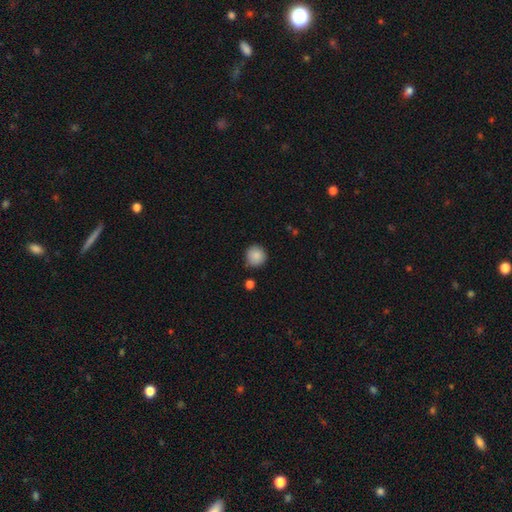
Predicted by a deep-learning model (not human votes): The model was most divided on "merging": none: 86%, minor disturbance: 10%, merger: 2%, major disturbance: 2%. More confident: how rounded — round (93%); smooth or featured — smooth (88%).